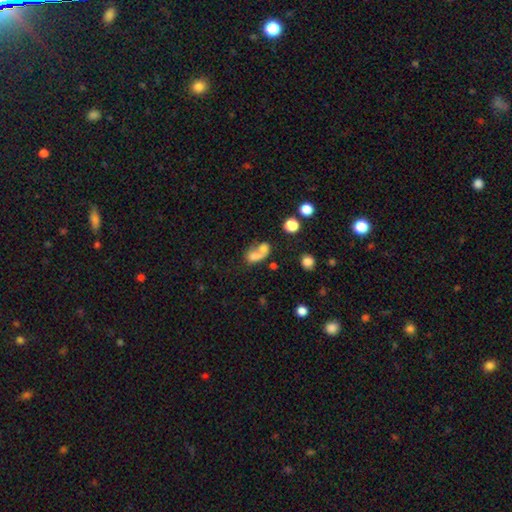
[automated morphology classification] A smooth galaxy with no disk features (67%) that is in between round and cigar-shaped (68%). Merging: merger (58%).